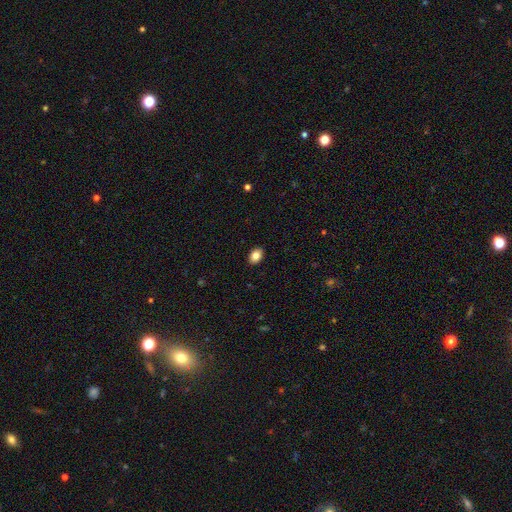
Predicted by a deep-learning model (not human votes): A smooth galaxy with no disk features (85%) that is in between round and cigar-shaped (78%).

Vote fractions:
- Smooth or featured? smooth: 85% / star or artifact: 9% / featured or disk: 7%
- How rounded? in between: 78% / round: 21% / cigar-shaped: 1%
- Merging? none: 90% / minor disturbance: 7% / major disturbance: 2% / merger: 1%